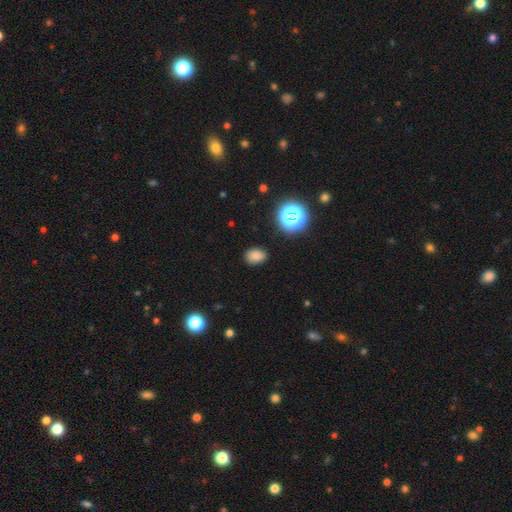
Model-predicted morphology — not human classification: This is likely a smooth galaxy (79%). How rounded: likely in between (70%). Merging: clearly none (84%).